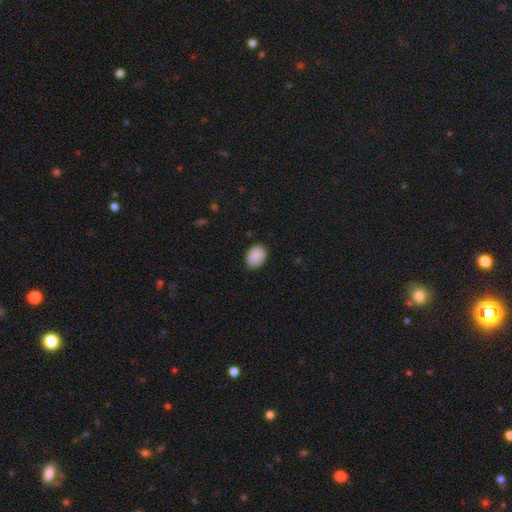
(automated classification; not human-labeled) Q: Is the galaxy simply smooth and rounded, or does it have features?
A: smooth — 90%.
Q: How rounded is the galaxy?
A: in between — 71%.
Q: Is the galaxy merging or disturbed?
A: none — 82%.